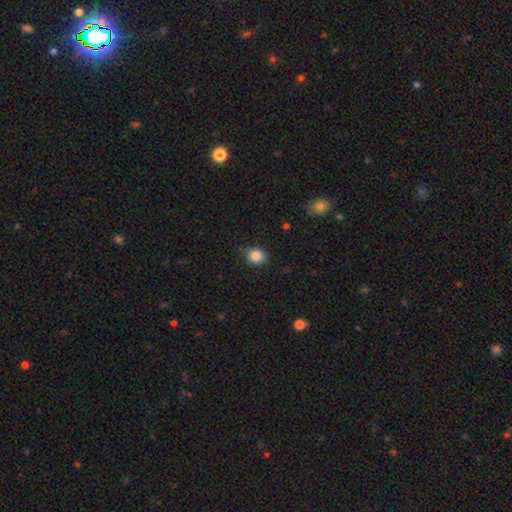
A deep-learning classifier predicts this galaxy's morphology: Overall: smooth (84%). How rounded: round (69%; in between 30%). Merging: none (74%).